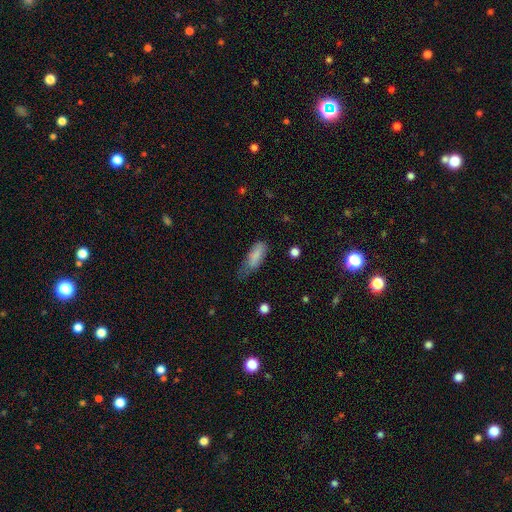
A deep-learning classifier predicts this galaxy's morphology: Overall: smooth (81%). How rounded: in between (75%). Merging: minor disturbance (46%; none 29%).